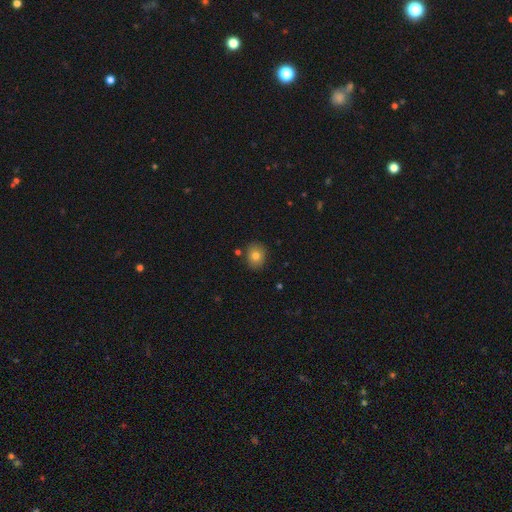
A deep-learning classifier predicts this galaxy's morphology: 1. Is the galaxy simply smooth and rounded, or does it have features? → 78% smooth, 11% featured or disk, 10% star or artifact.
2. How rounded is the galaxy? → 64% round, 35% in between, 1% cigar-shaped.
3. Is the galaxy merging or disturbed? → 84% none, 10% minor disturbance, 3% merger, 2% major disturbance.